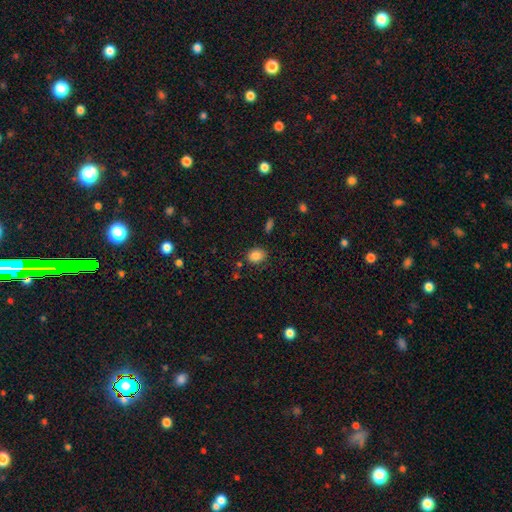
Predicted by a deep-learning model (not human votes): A smooth galaxy with no disk features (85%) that is round (50%).

Vote fractions:
- Smooth or featured? smooth: 85% / star or artifact: 10% / featured or disk: 5%
- How rounded? round: 50% / in between: 49% / cigar-shaped: 1%
- Merging? none: 81% / minor disturbance: 12% / merger: 4% / major disturbance: 3%